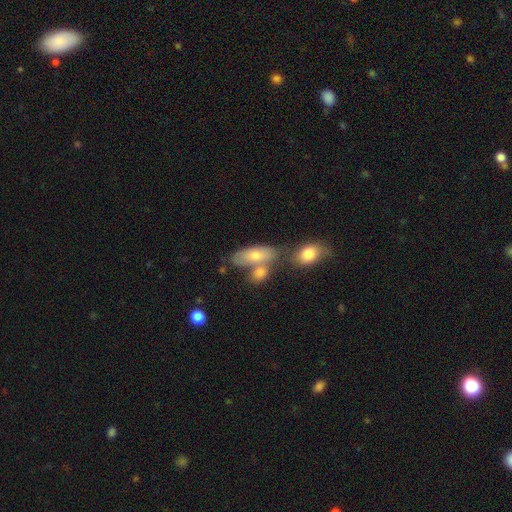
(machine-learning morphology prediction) smooth-or-featured: smooth: 64% | featured or disk: 27% | star or artifact: 9%
  how-rounded: in between: 78% | cigar-shaped: 17% | round: 5%
  merging: none: 46% | merger: 35% | minor disturbance: 14% | major disturbance: 5%